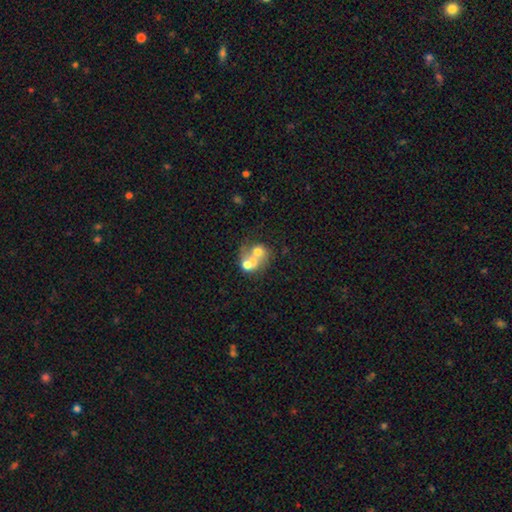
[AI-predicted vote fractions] This appears to be a smooth galaxy with no disk features (53%) that is round (63%). Merging: merger (70%).